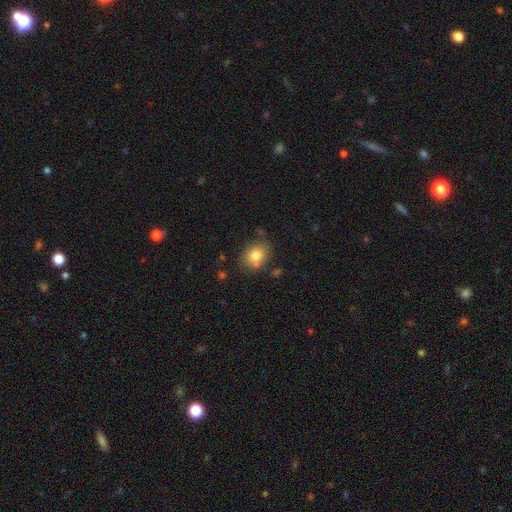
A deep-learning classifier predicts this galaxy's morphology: This appears to be a smooth galaxy with no disk features (79%) that is in between round and cigar-shaped (52%). Merging: none (73%).